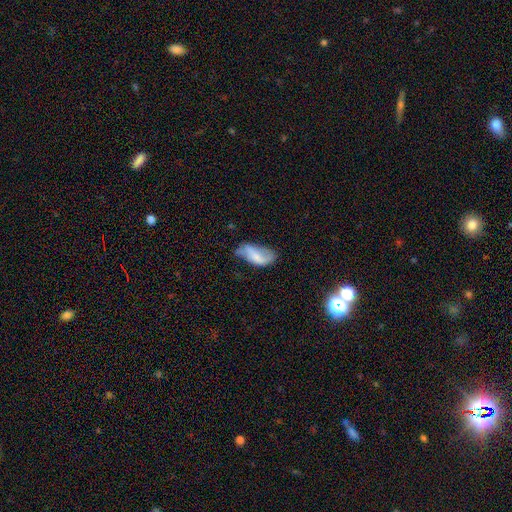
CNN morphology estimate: This is possibly a smooth galaxy (51%). How rounded: clearly in between (90%). Merging: marginally none (40%).